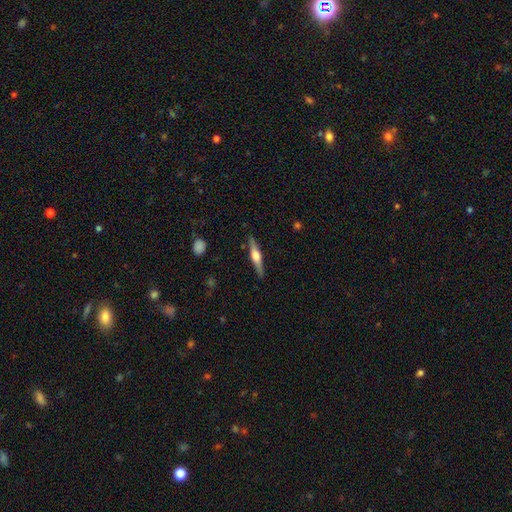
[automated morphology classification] Smooth or featured? Predicted: featured or disk (p=0.69). Edge-on disk? Predicted: yes (p=0.98). Edge-on bulge? Predicted: rounded (p=0.89). Merging? Predicted: none (p=0.90).